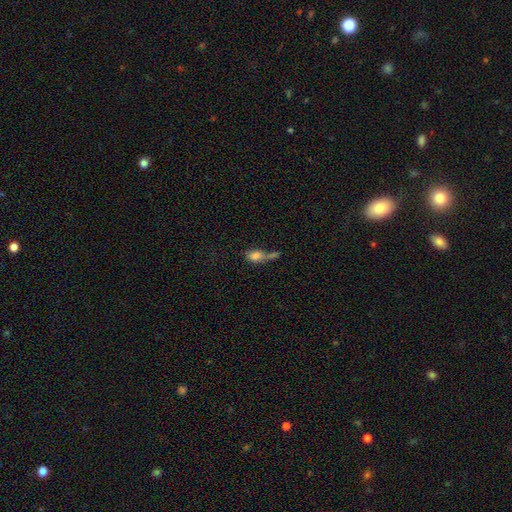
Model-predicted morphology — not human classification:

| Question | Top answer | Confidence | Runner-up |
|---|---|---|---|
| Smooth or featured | smooth | 74% | featured or disk (16%) |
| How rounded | in between | 76% | round (18%) |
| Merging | merger | 46% | none (22%) |